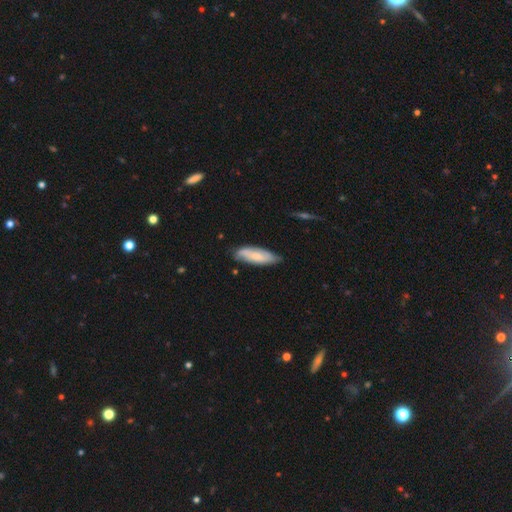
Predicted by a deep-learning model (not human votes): Smooth or featured? smooth (62%)
How rounded? in between (60%)
Merging? none (71%)